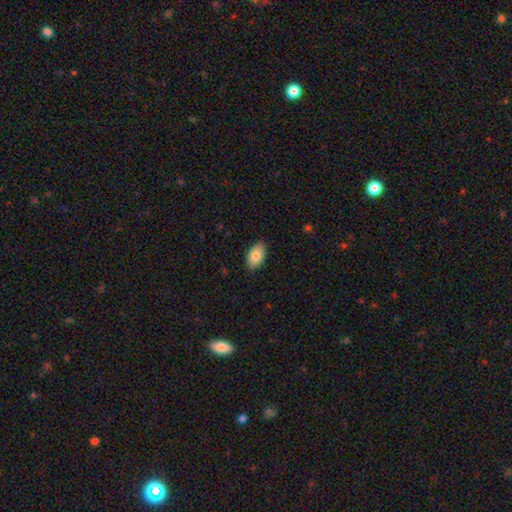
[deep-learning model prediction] smooth-or-featured: smooth: 84% | featured or disk: 9% | star or artifact: 6%
  how-rounded: in between: 94% | round: 5% | cigar-shaped: 2%
  merging: none: 86% | minor disturbance: 11% | major disturbance: 2% | merger: 1%